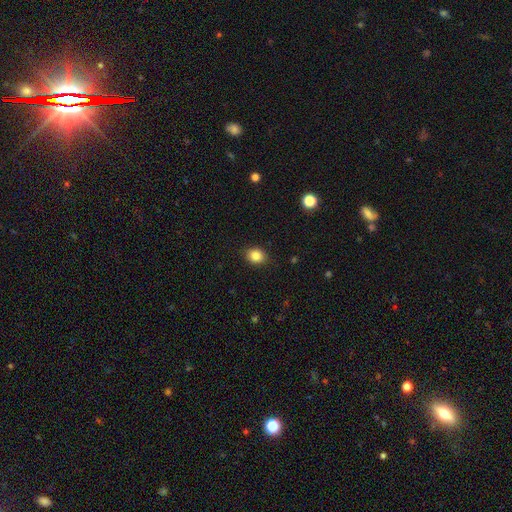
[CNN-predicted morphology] smooth 85%, star or artifact 10%, featured or disk 5%. Down the decision tree: how rounded — round (52%); merging — none (88%).